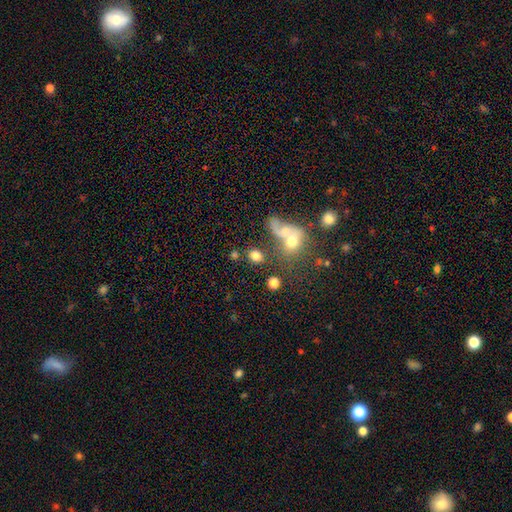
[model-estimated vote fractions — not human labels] The model was most divided on "how rounded": round: 53%, in between: 45%, cigar-shaped: 2%. More confident: smooth or featured — smooth (76%); merging — none (56%).